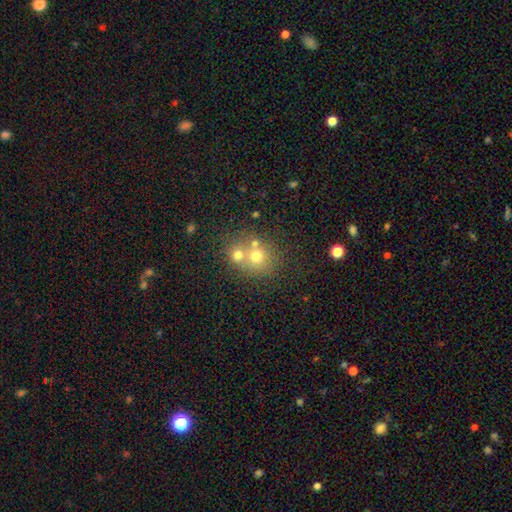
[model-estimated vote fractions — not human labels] Q: Smooth or featured?
A: smooth (65%); runner-up: featured or disk (20%)
Q: How rounded?
A: round (80%); runner-up: in between (19%)
Q: Merging?
A: merger (49%); runner-up: none (41%)